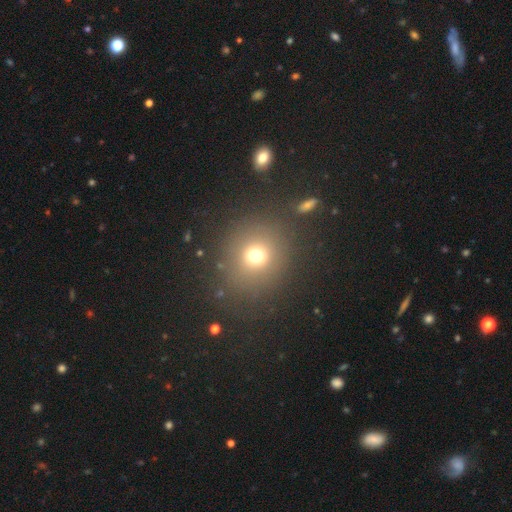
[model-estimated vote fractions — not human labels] smooth_or_featured: smooth (p=0.70) [alt: star or artifact p=0.20]
how_rounded: round (p=0.82) [alt: in between p=0.17]
merging: none (p=0.80) [alt: minor disturbance p=0.10]